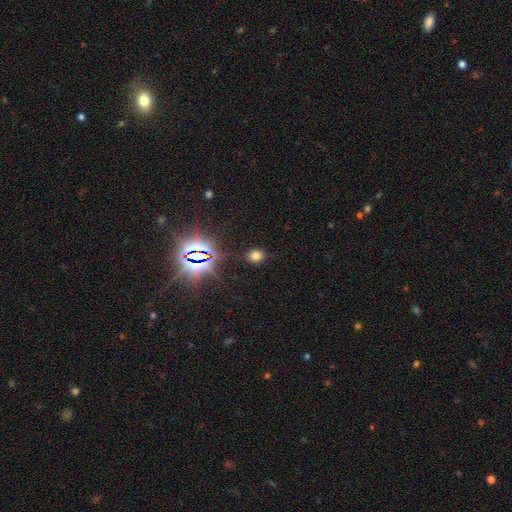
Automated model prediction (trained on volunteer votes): smooth 66%, star or artifact 27%, featured or disk 7%. Down the decision tree: how rounded — round (58%); merging — none (85%).